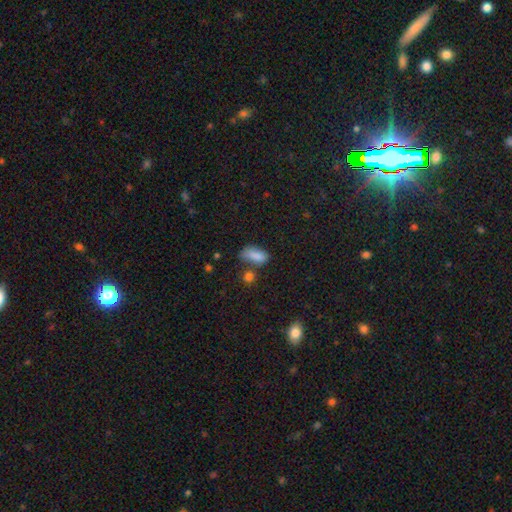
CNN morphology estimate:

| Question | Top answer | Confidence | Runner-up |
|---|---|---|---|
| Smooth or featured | smooth | 83% | star or artifact (10%) |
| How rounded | in between | 85% | cigar-shaped (10%) |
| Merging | none | 46% | minor disturbance (28%) |